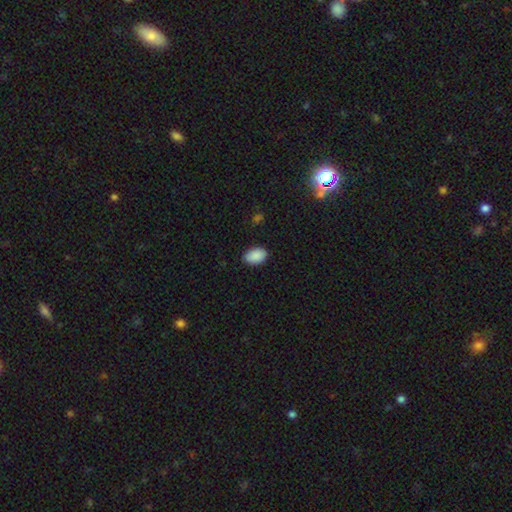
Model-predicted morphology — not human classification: This is clearly a smooth galaxy (90%). How rounded: clearly in between (89%). Merging: clearly none (86%).